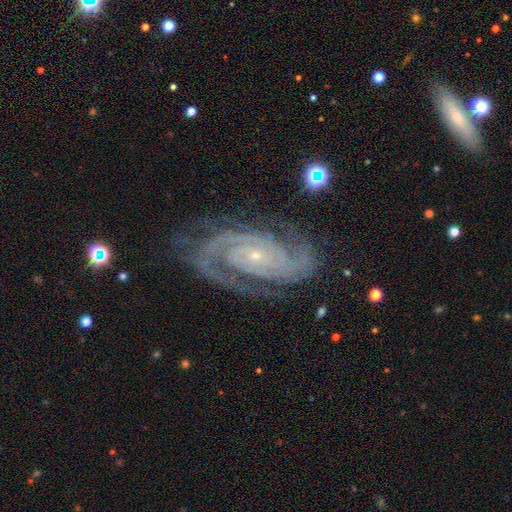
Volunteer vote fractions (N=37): A featured or disk galaxy (97%) with no bar (71%), 2 (94%) tight (62%) spiral arms (97%) and a small central bulge (89%).

Vote fractions:
- Smooth or featured? featured or disk: 97% / smooth: 3% / star or artifact: 0%
- Edge-on disk? no: 97% / yes: 3%
- Bar? no: 71% / weak: 17% / strong: 11%
- Spiral arms? yes: 97% / no: 3%
- Spiral winding? tight: 62% / medium: 35% / loose: 3%
- Spiral arm count? 2: 94% / 3: 6% / 1: 0% / 4: 0% / more than 4: 0% / can't tell: 0%
- Bulge size? small: 89% / moderate: 11% / dominant: 0% / large: 0% / none: 0%
- Merging? none: 81% / minor disturbance: 16% / merger: 3% / major disturbance: 0%